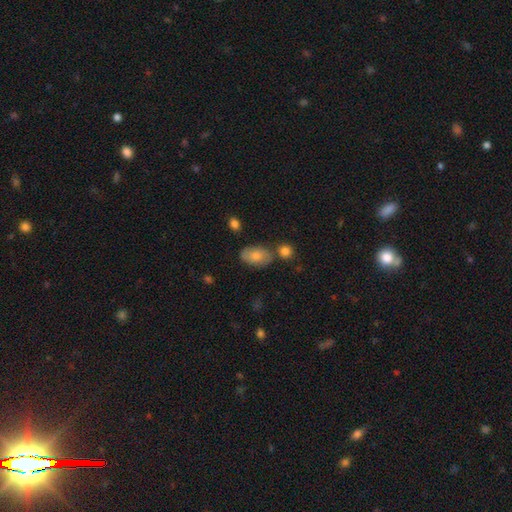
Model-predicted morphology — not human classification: This is likely a smooth galaxy (73%). How rounded: clearly in between (90%). Merging: likely none (67%).